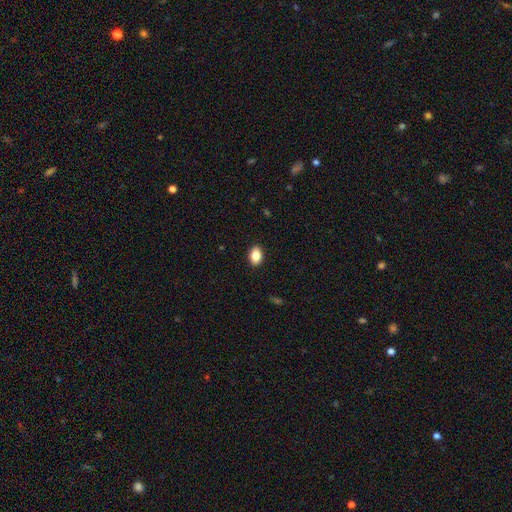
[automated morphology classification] smooth_or_featured: smooth (p=0.86) [alt: star or artifact p=0.08]
how_rounded: in between (p=0.84) [alt: round p=0.14]
merging: none (p=0.90) [alt: minor disturbance p=0.07]